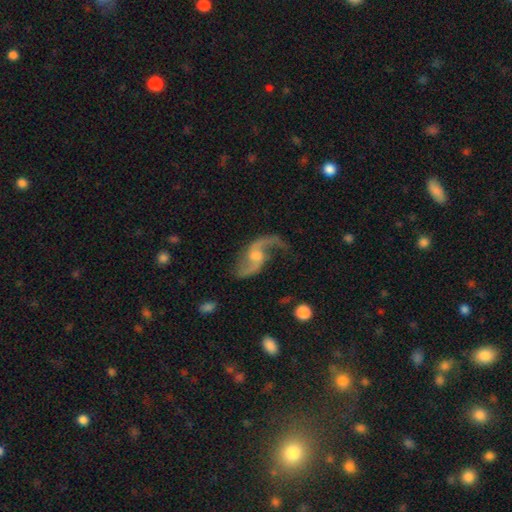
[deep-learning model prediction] featured or disk 90%, star or artifact 5%, smooth 5%. Down the decision tree: edge-on disk — no (97%); bar — no (51%); spiral arms — yes (97%); spiral arm count — 2 (92%); spiral winding — loose (81%); bulge size — moderate (51%); merging — none (68%).